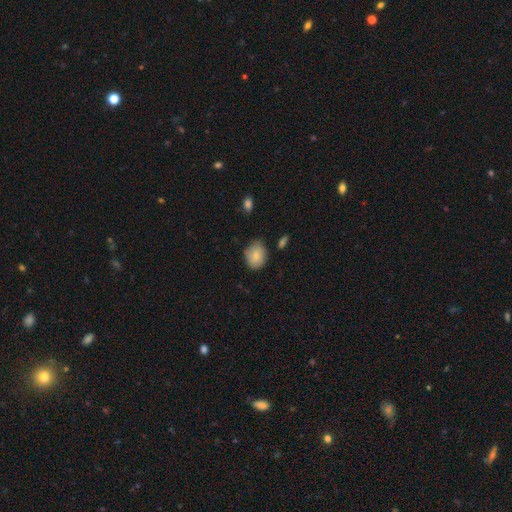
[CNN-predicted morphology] The model was most divided on "how rounded": in between: 51%, round: 48%, cigar-shaped: 1%. More confident: smooth or featured — smooth (80%); merging — none (73%).